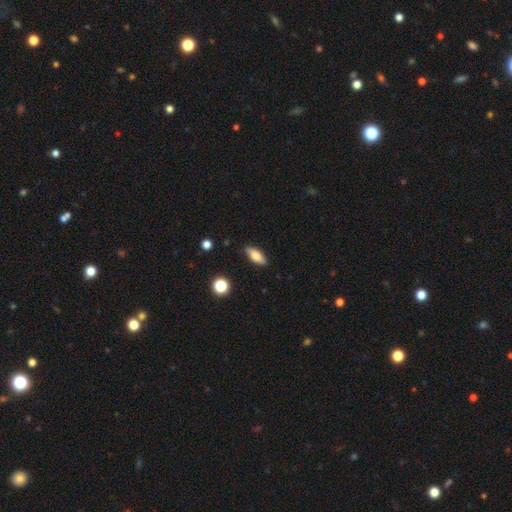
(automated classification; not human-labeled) Smooth or featured? Predicted: smooth (p=0.74). How rounded? Predicted: in between (p=0.73). Merging? Predicted: none (p=0.87).